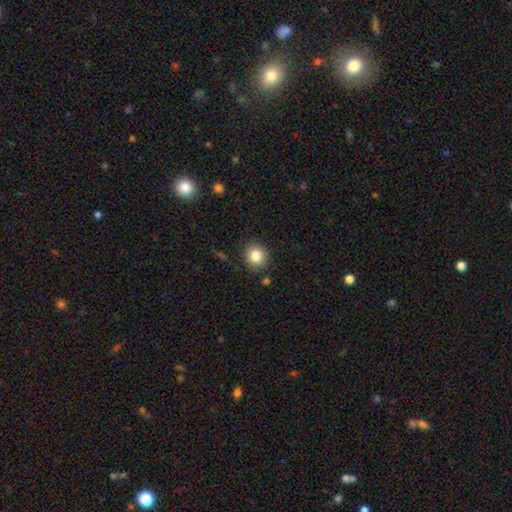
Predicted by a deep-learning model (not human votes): The model was most divided on "smooth or featured": smooth: 83%, star or artifact: 10%, featured or disk: 7%. More confident: merging — none (88%); how rounded — round (87%).